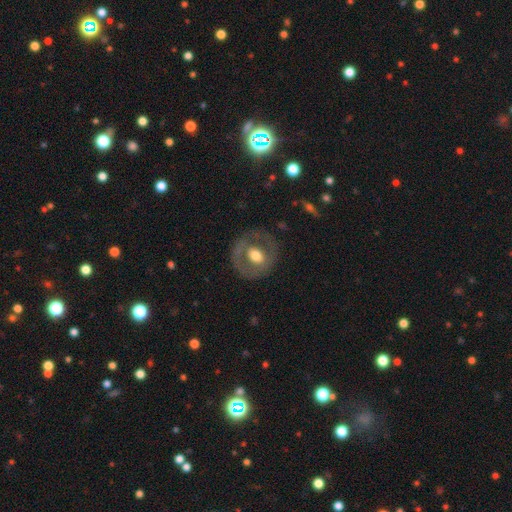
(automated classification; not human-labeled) Overall: featured or disk (52%; smooth 42%). Edge-on disk: no (94%). Merging: none (75%).